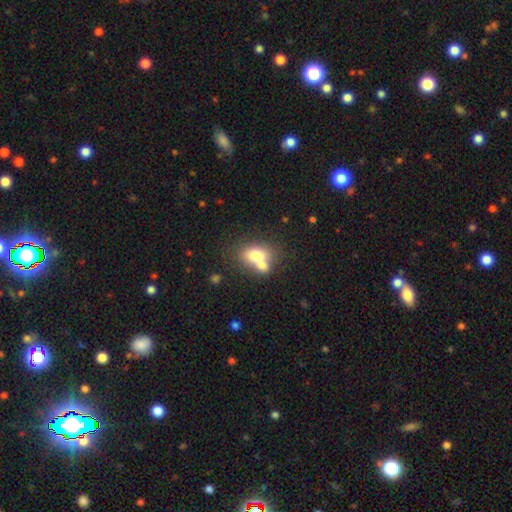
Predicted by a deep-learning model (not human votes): Morphology: type=smooth (72%); roundness=in between (75%); merging=merger (53%).